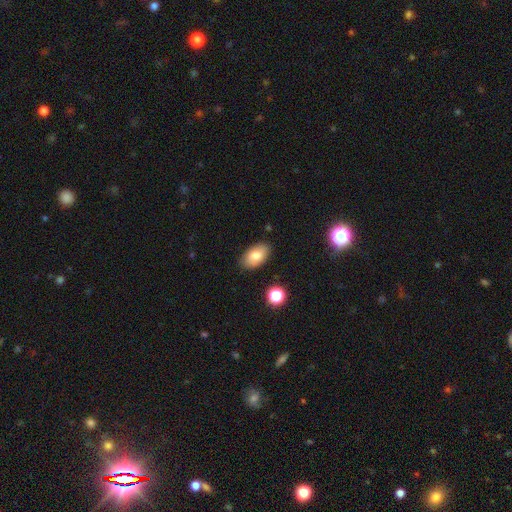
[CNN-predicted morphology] smooth-or-featured: smooth: 80% | featured or disk: 11% | star or artifact: 8%
  how-rounded: in between: 92% | round: 6% | cigar-shaped: 2%
  merging: none: 85% | minor disturbance: 11% | major disturbance: 2% | merger: 2%